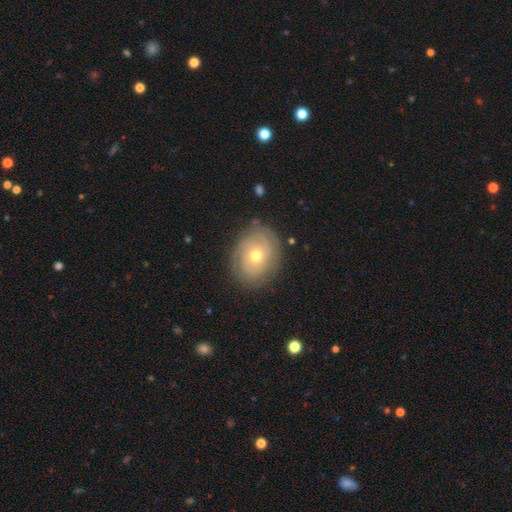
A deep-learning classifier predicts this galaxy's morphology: smooth-or-featured: featured or disk: 54% | smooth: 38% | star or artifact: 9%
  disk-edge-on: no: 95% | yes: 5%
    bar: no: 86% | weak: 11% | strong: 3%
    has-spiral-arms: yes: 60% | no: 40%
    bulge-size: moderate: 53% | small: 43% | large: 2% | dominant: 1% | none: 1%
  merging: none: 80% | minor disturbance: 14% | major disturbance: 4% | merger: 1%